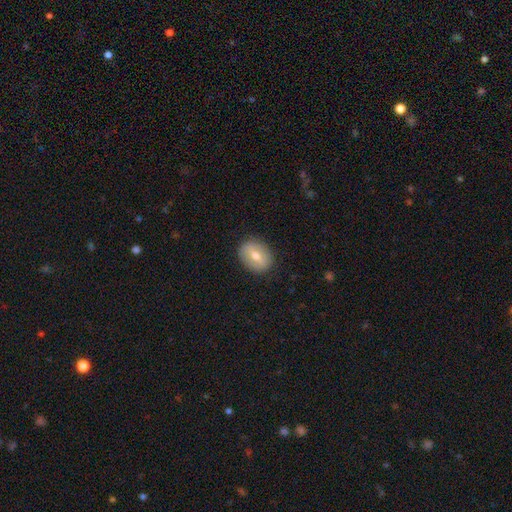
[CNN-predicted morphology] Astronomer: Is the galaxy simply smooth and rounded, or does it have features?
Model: smooth — 59%.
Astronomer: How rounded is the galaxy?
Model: in between — 58% (runner-up: round, 40%).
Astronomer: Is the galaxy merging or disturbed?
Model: none — 88%.